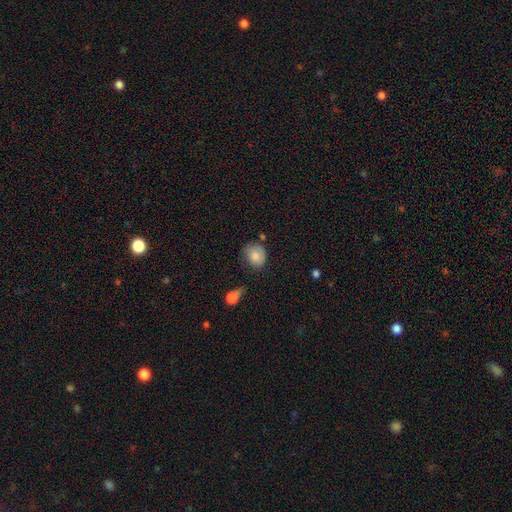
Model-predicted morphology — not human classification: Overall: smooth (78%). How rounded: round (63%; in between 36%). Merging: none (56%; minor disturbance 30%).